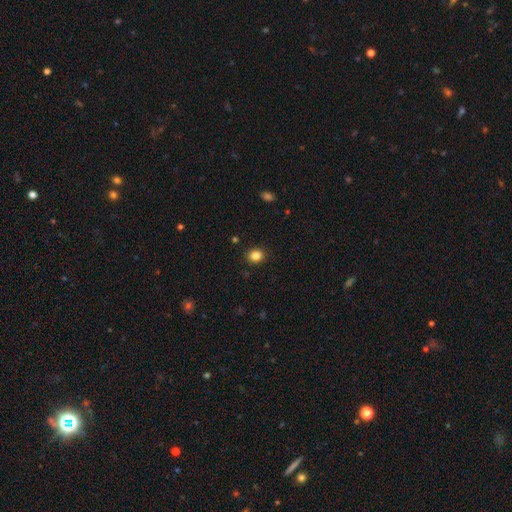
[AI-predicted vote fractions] This appears to be a smooth galaxy with no disk features (84%) that is round (68%). Merging: none (90%).